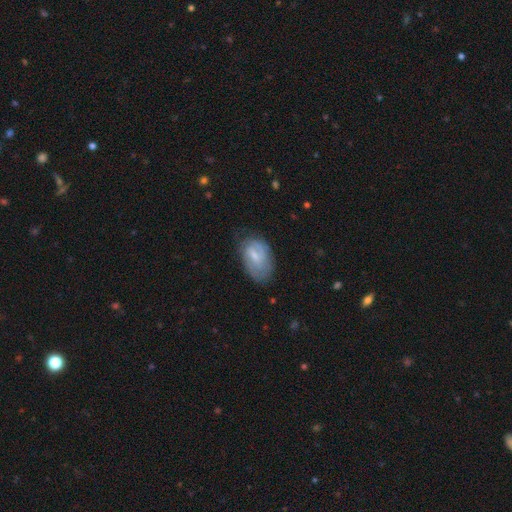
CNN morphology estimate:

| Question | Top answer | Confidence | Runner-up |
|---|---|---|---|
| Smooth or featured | featured or disk | 56% | smooth (37%) |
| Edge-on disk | no | 95% | yes (5%) |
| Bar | weak | 58% | no (26%) |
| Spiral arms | yes | 77% | no (23%) |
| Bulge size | small | 54% | moderate (34%) |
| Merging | none | 62% | minor disturbance (27%) |